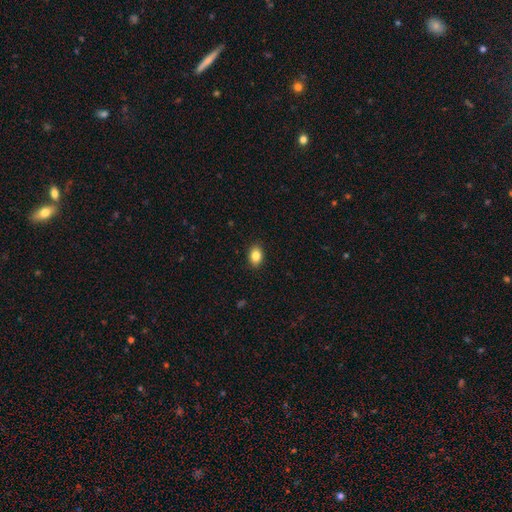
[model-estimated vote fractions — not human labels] This is clearly a smooth galaxy (85%). How rounded: likely in between (79%). Merging: clearly none (90%).